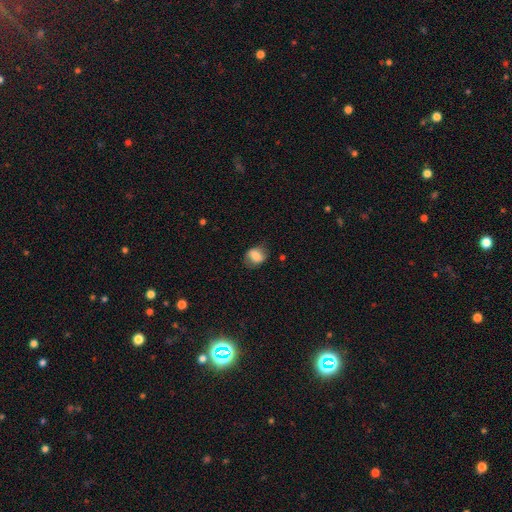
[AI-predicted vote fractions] Smooth or featured? Predicted: smooth (p=0.71). How rounded? Predicted: in between (p=0.53). Merging? Predicted: none (p=0.68).